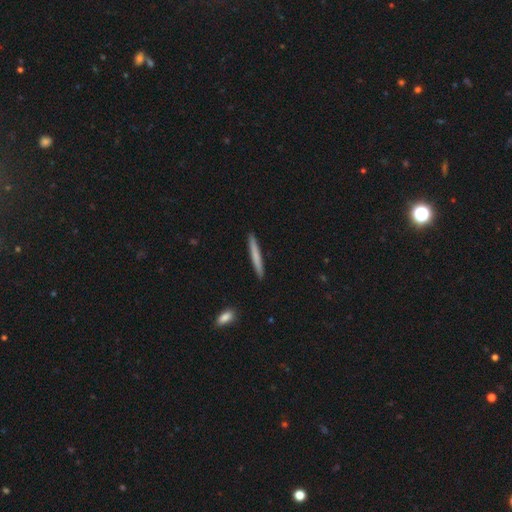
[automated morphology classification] A smooth galaxy with no disk features (70%) that is cigar-shaped (97%).

Vote fractions:
- Smooth or featured? smooth: 70% / featured or disk: 25% / star or artifact: 5%
- How rounded? cigar-shaped: 97% / in between: 2% / round: 1%
- Merging? none: 92% / minor disturbance: 6% / major disturbance: 1% / merger: 1%